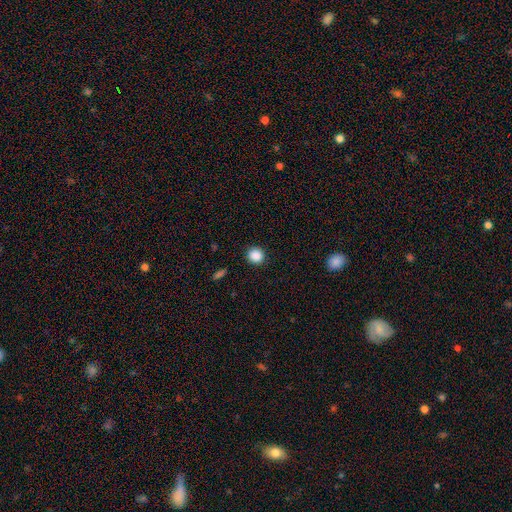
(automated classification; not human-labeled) The model was most divided on "smooth or featured": smooth: 88%, star or artifact: 9%, featured or disk: 3%. More confident: merging — none (91%); how rounded — round (90%).